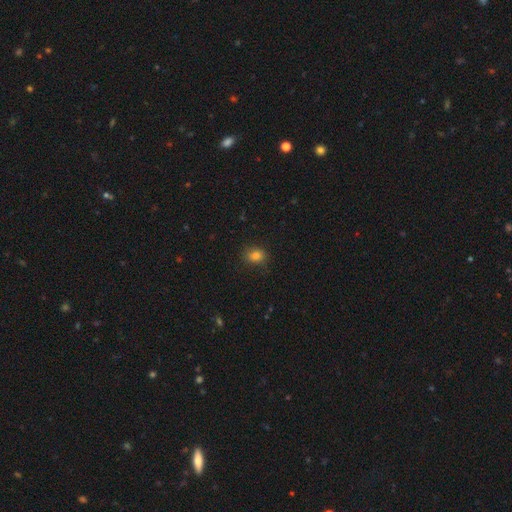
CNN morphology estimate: A smooth galaxy with no disk features (80%) that is round (52%). Merging: none (83%).